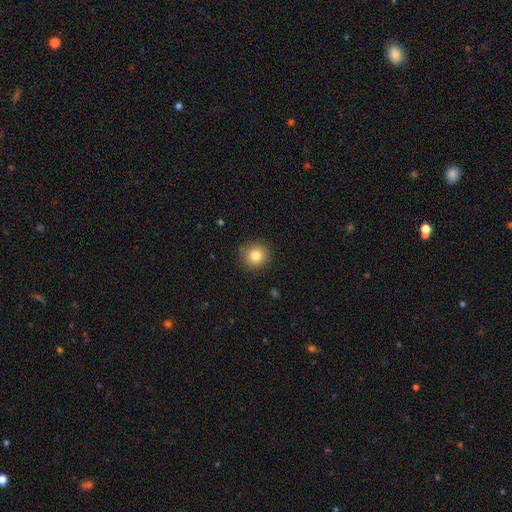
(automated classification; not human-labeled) Smooth or featured? Predicted: smooth (p=0.82). How rounded? Predicted: round (p=0.92). Merging? Predicted: none (p=0.89).